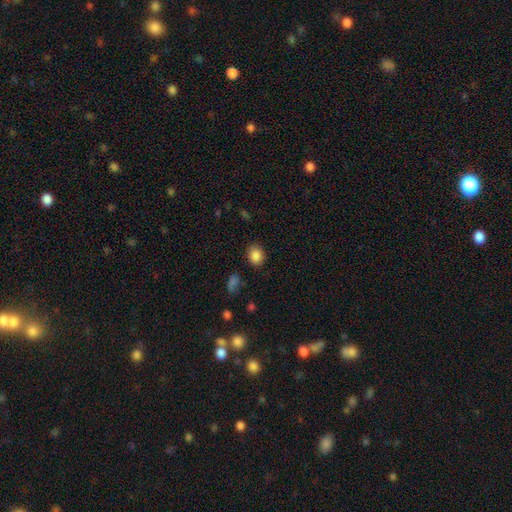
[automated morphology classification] Smooth or featured? Predicted: smooth (p=0.86). How rounded? Predicted: round (p=0.57). Merging? Predicted: none (p=0.86).